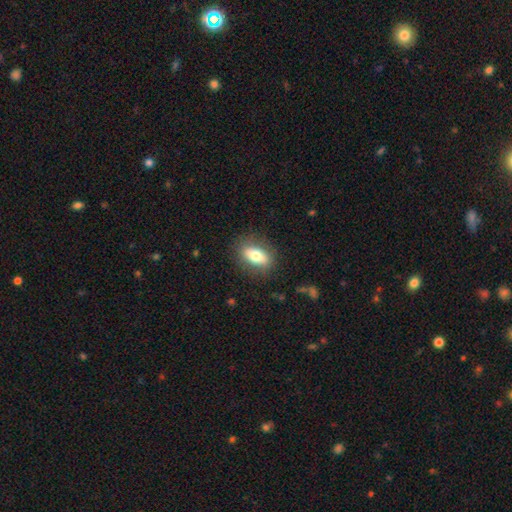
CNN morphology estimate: Smooth or featured? smooth (72%)
How rounded? in between (82%)
Merging? none (84%)